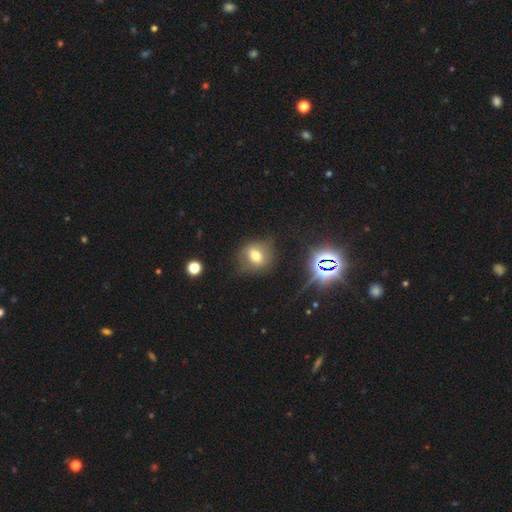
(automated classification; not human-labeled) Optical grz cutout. It shows a smooth galaxy with no disk features (62%) that is round (60%). Merging: none (69%).